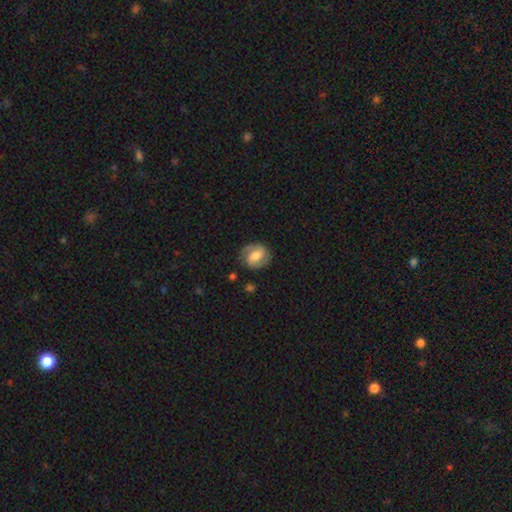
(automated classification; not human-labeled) Smooth or featured? Predicted: featured or disk (p=0.70). Edge-on disk? Predicted: no (p=0.98). Bar? Predicted: weak (p=0.47). Spiral arms? Predicted: yes (p=0.91). Spiral winding? Predicted: medium (p=0.49). Spiral arm count? Predicted: 2 (p=0.90). Bulge size? Predicted: moderate (p=0.59). Merging? Predicted: none (p=0.82).